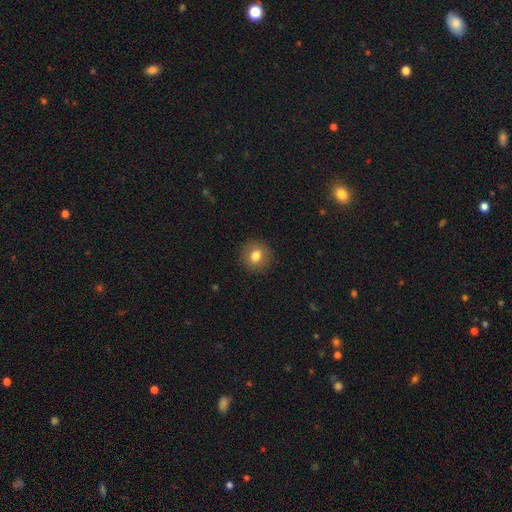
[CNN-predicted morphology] This appears to be a smooth galaxy with no disk features (79%) that is round (84%). Merging: none (90%).